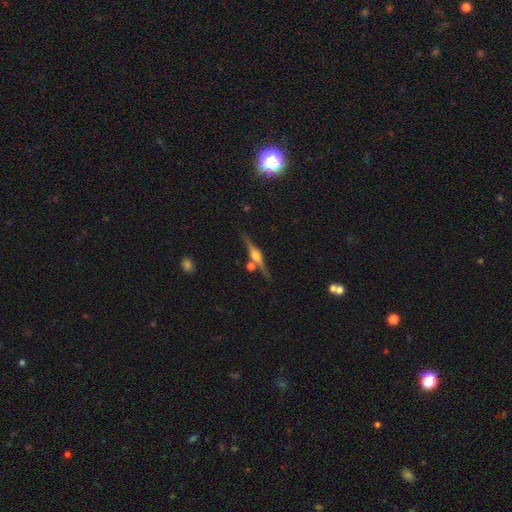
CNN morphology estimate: smooth-or-featured: featured or disk: 79% | smooth: 13% | star or artifact: 7%
  disk-edge-on: yes: 98% | no: 2%
    edge-on-bulge: rounded: 90% | boxy: 7% | none: 2%
  merging: none: 78% | merger: 10% | minor disturbance: 9% | major disturbance: 3%